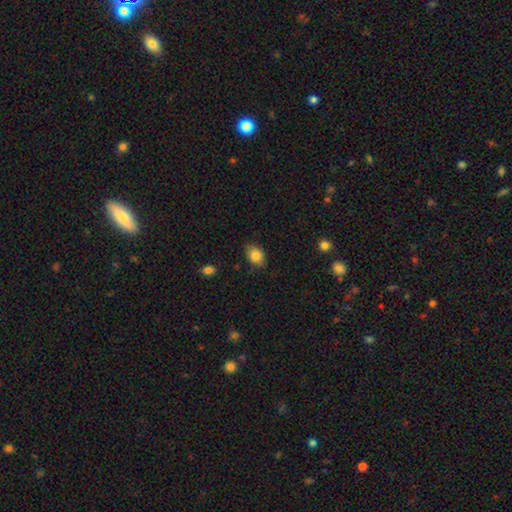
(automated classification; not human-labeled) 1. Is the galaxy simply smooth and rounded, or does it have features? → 84% smooth, 8% star or artifact, 8% featured or disk.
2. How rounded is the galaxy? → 75% in between, 24% round, 1% cigar-shaped.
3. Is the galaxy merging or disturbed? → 77% none, 19% minor disturbance, 3% major disturbance, 1% merger.